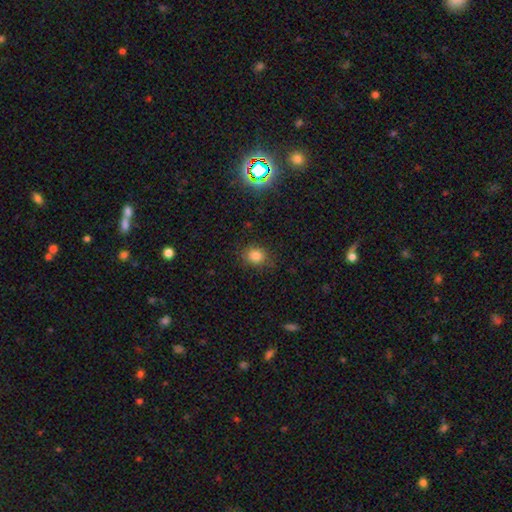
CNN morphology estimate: Smooth or featured? smooth (82%)
How rounded? round (68%)
Merging? none (82%)